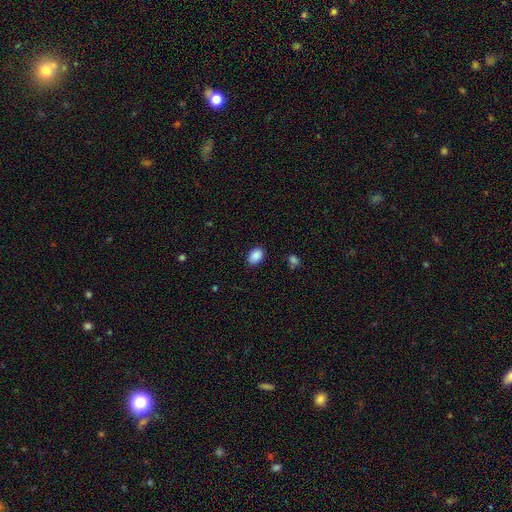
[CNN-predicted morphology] Smooth or featured: smooth — 89% (star or artifact — 8%)
How rounded: in between — 86% (round — 13%)
Merging: none — 87% (minor disturbance — 9%)